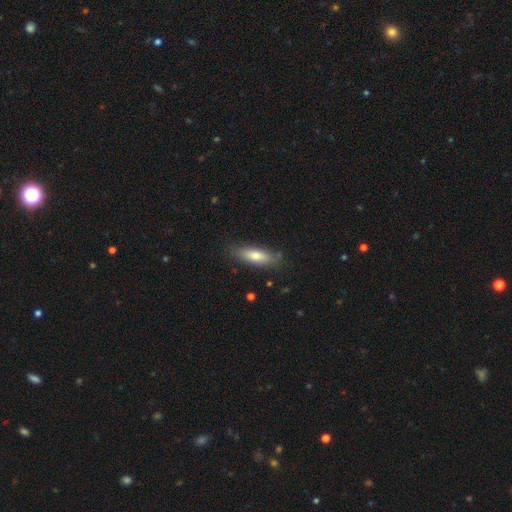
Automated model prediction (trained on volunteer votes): This is likely a smooth galaxy (69%). How rounded: possibly cigar-shaped (50%). Merging: clearly none (81%).